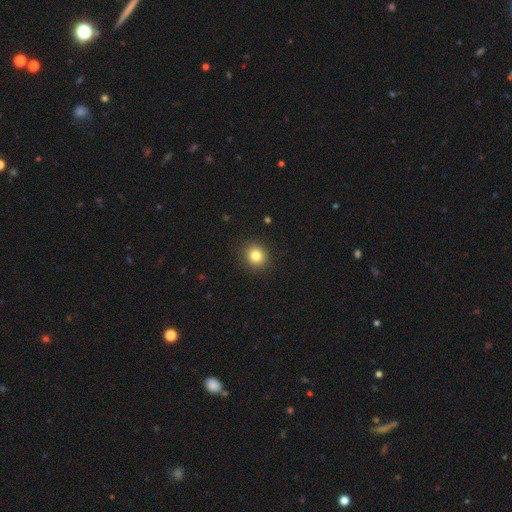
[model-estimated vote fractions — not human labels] Smooth or featured: smooth — 82% (star or artifact — 11%)
How rounded: round — 84% (in between — 15%)
Merging: none — 91% (minor disturbance — 6%)